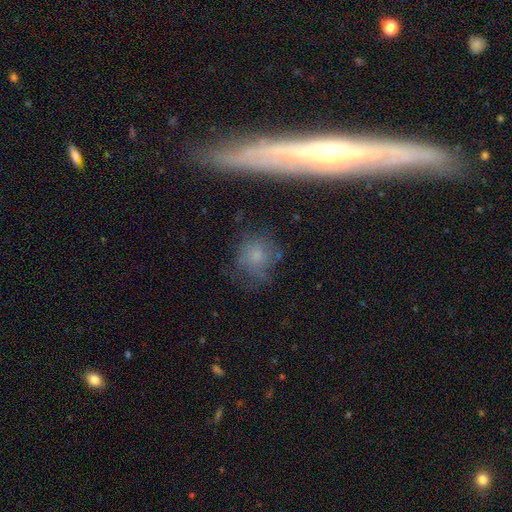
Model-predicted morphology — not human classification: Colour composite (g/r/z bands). It shows a smooth galaxy with no disk features (60%) that is round (66%). Merging: none (67%).